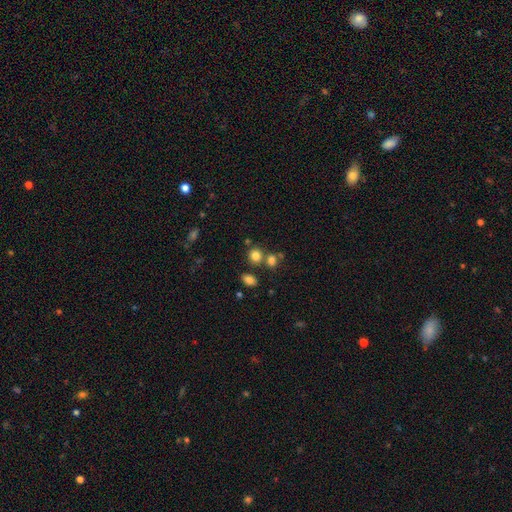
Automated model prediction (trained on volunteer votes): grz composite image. It shows a smooth galaxy with no disk features (80%) that is round (76%). Merging: none (65%).